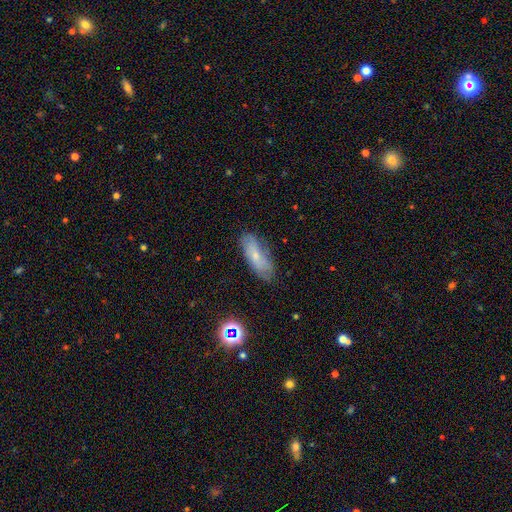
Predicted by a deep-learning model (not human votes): A smooth galaxy with no disk features (60%) that is in between round and cigar-shaped (65%). Merging: none (71%).